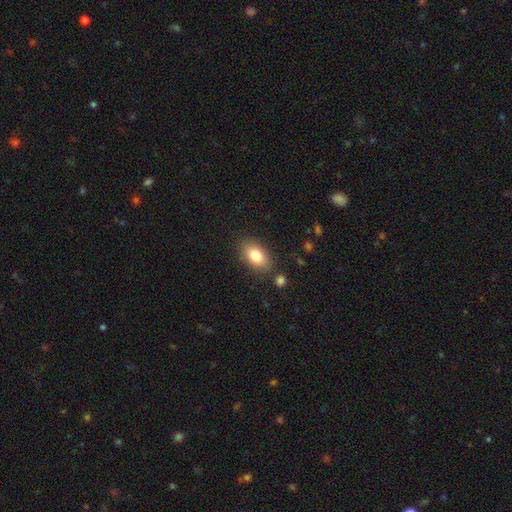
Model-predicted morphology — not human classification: This is clearly a smooth galaxy (82%). How rounded: clearly in between (90%). Merging: clearly none (82%).